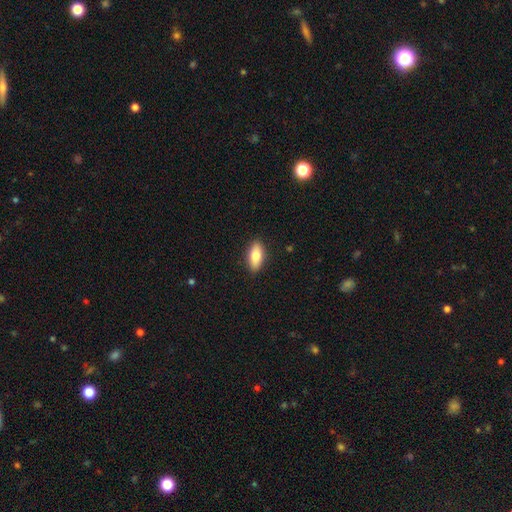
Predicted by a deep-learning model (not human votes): smooth_or_featured: smooth (p=0.78) [alt: featured or disk p=0.16]
how_rounded: in between (p=0.84) [alt: cigar-shaped p=0.13]
merging: none (p=0.89) [alt: minor disturbance p=0.08]